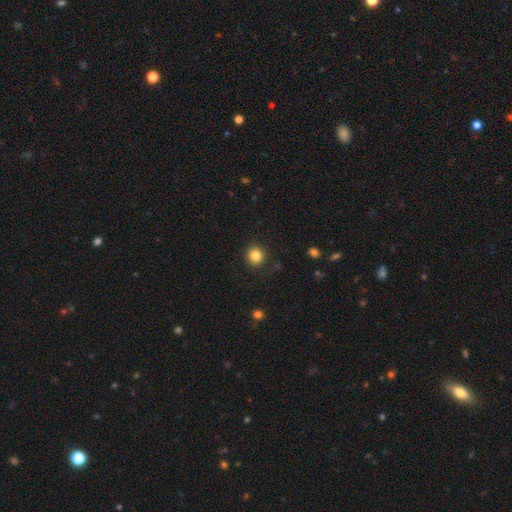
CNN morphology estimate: Smooth or featured: smooth — 83% (star or artifact — 11%)
How rounded: round — 89% (in between — 11%)
Merging: none — 90% (minor disturbance — 7%)